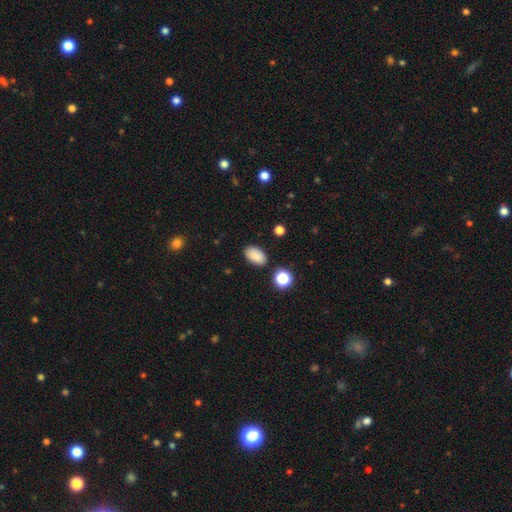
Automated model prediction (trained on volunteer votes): Q: Smooth or featured?
A: smooth (86%); runner-up: star or artifact (9%)
Q: How rounded?
A: in between (92%); runner-up: round (7%)
Q: Merging?
A: none (85%); runner-up: minor disturbance (10%)